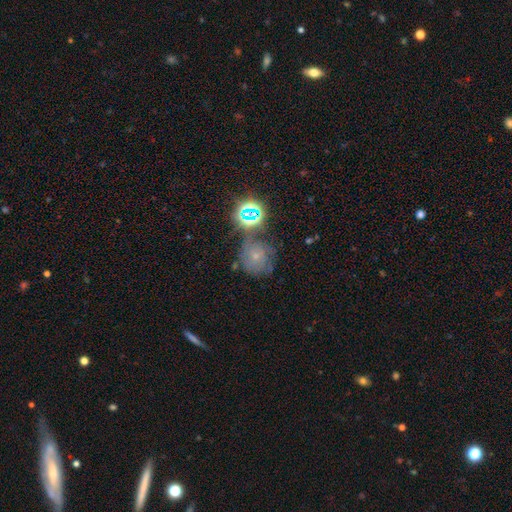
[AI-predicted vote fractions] A featured or disk galaxy (37%). Merging: none (61%).